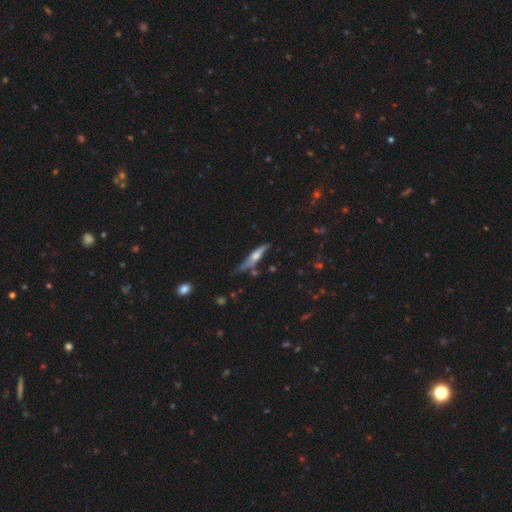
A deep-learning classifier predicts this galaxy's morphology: This is possibly a featured or disk galaxy (55%). It is clearly viewed edge-on (90%). Merging: likely none (62%).